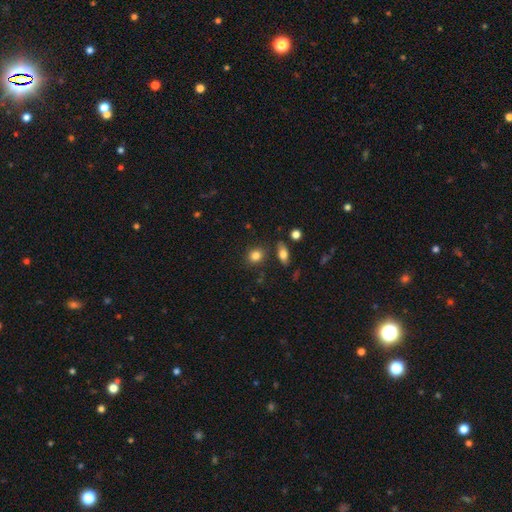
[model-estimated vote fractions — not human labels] smooth 83%, star or artifact 10%, featured or disk 7%. Down the decision tree: how rounded — round (59%); merging — none (81%).